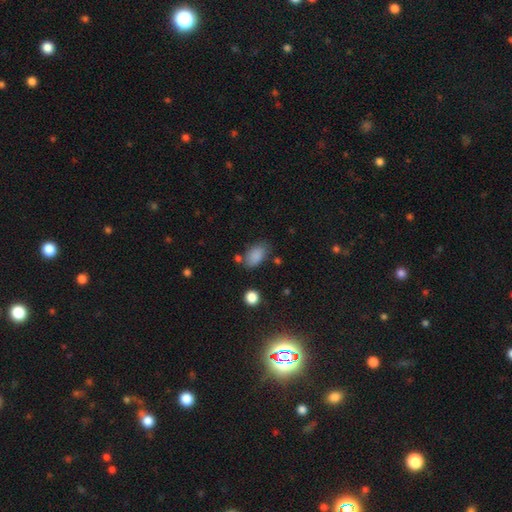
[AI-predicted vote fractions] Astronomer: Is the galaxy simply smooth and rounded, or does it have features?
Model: smooth — 86%.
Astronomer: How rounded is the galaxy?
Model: in between — 90%.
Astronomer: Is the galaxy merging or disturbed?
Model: none — 69%.